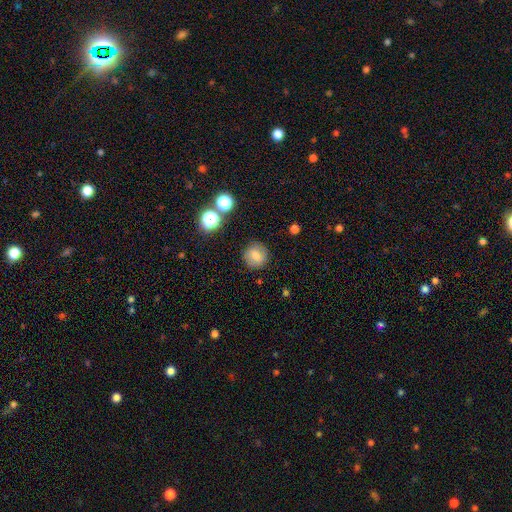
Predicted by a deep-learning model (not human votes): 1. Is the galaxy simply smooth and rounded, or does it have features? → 76% smooth, 12% featured or disk, 12% star or artifact.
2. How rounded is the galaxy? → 91% round, 8% in between, 1% cigar-shaped.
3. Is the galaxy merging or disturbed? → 87% none, 8% minor disturbance, 3% major disturbance, 2% merger.